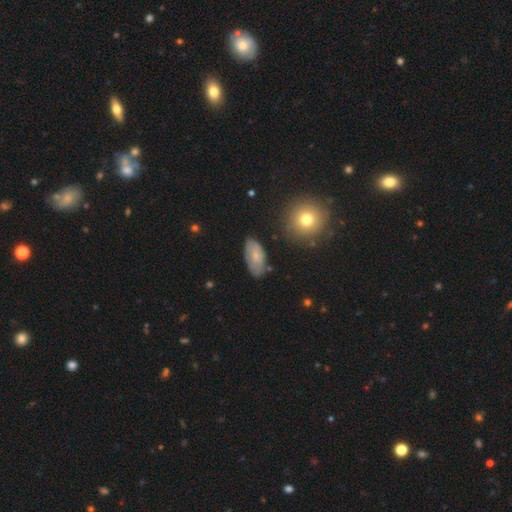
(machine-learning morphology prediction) Q: Smooth or featured?
A: smooth (58%); runner-up: featured or disk (34%)
Q: How rounded?
A: in between (92%); runner-up: round (4%)
Q: Merging?
A: none (72%); runner-up: minor disturbance (21%)